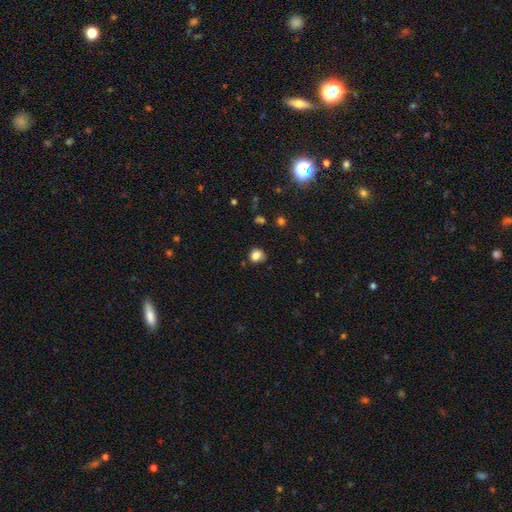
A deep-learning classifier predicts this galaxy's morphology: A smooth galaxy with no disk features (82%) that is round (70%).

Vote fractions:
- Smooth or featured? smooth: 82% / star or artifact: 12% / featured or disk: 7%
- How rounded? round: 70% / in between: 29% / cigar-shaped: 1%
- Merging? none: 63% / minor disturbance: 26% / major disturbance: 6% / merger: 4%